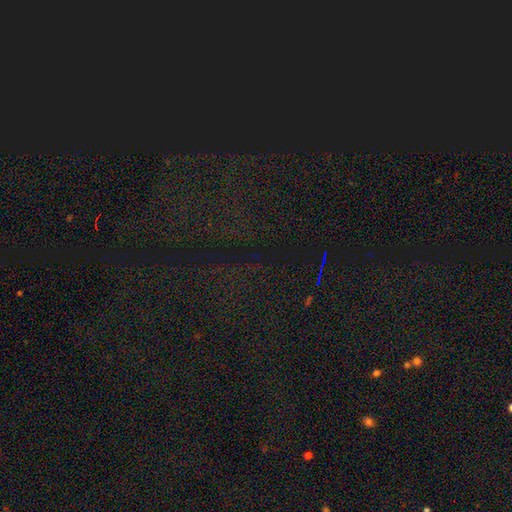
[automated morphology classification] Smooth or featured?
  - star or artifact: 77% *
  - smooth: 15%
  - featured or disk: 8%